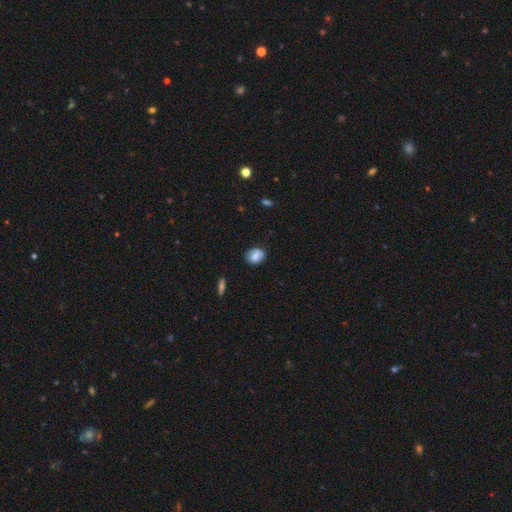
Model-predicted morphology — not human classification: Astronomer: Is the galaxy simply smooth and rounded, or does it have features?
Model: smooth — 78%.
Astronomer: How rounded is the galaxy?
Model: round — 52% (runner-up: in between, 47%).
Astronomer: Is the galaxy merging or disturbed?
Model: none — 77%.